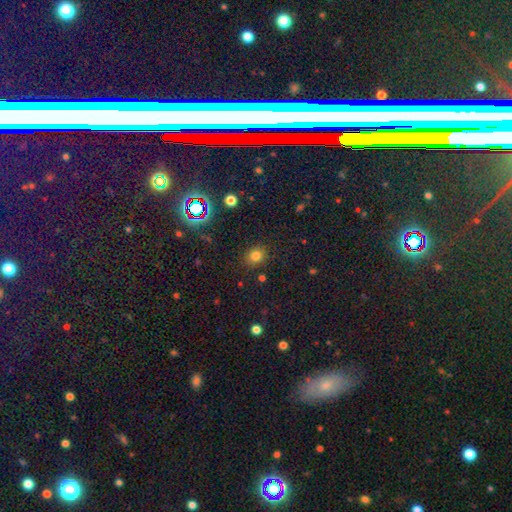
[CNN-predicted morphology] The model was most divided on "how rounded": round: 70%, in between: 29%, cigar-shaped: 1%. More confident: merging — none (85%); smooth or featured — smooth (77%).